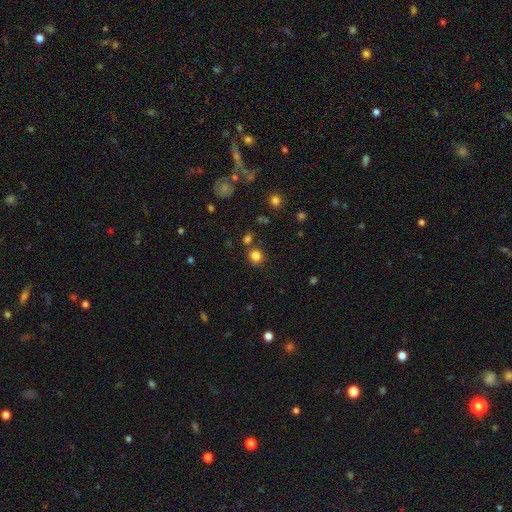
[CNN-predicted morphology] Q: Smooth or featured?
A: smooth (81%); runner-up: star or artifact (14%)
Q: How rounded?
A: round (87%); runner-up: in between (12%)
Q: Merging?
A: none (77%); runner-up: minor disturbance (11%)